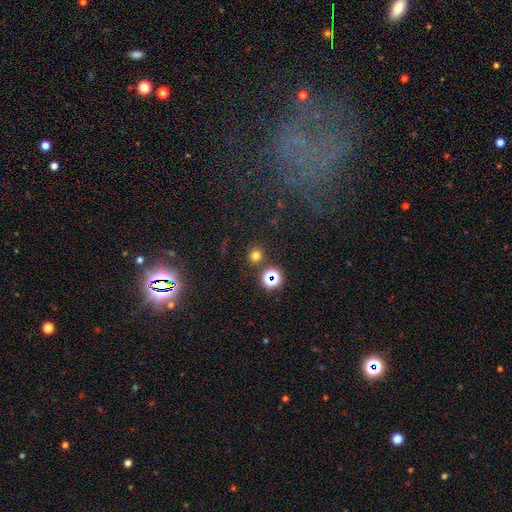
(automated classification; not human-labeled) A smooth galaxy with no disk features (70%) that is round (87%). Merging: none (83%).